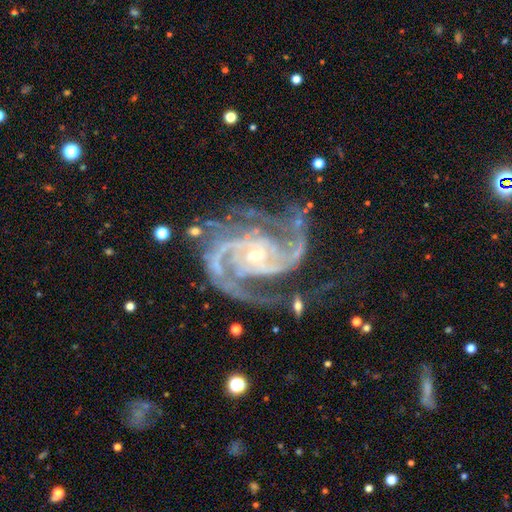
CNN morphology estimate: The model was most divided on "spiral winding": medium: 49%, tight: 43%, loose: 8%. More confident: spiral arms — yes (99%); edge-on disk — no (98%); smooth or featured — featured or disk (93%); bulge size — small (69%); merging — none (61%); bar — no (59%); spiral arm count — 2 (50%).